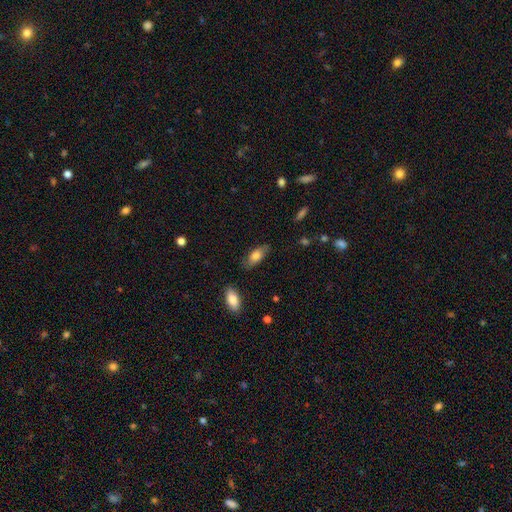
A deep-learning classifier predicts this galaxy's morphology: Smooth or featured?
  - smooth: 75% *
  - featured or disk: 18%
  - star or artifact: 7%
How rounded?
  - in between: 84% *
  - cigar-shaped: 13%
  - round: 3%
Merging?
  - none: 75% *
  - minor disturbance: 19%
  - major disturbance: 4%
  - merger: 2%